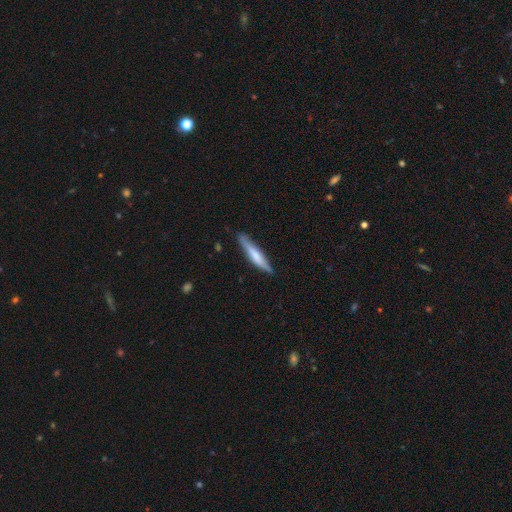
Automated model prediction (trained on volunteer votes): Smooth or featured? smooth (57%)
How rounded? cigar-shaped (89%)
Merging? none (83%)